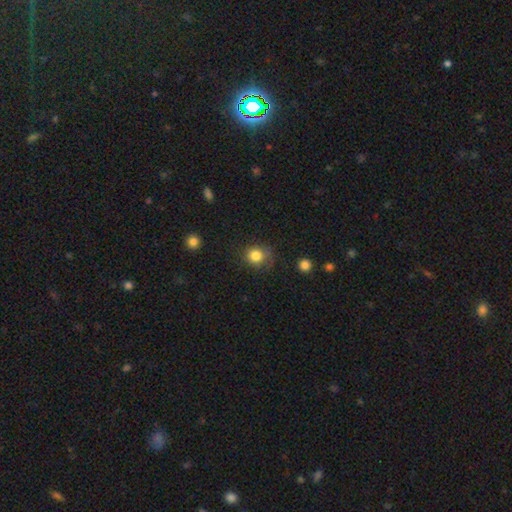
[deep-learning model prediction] smooth 83%, star or artifact 11%, featured or disk 6%. Down the decision tree: how rounded — round (84%); merging — none (73%).